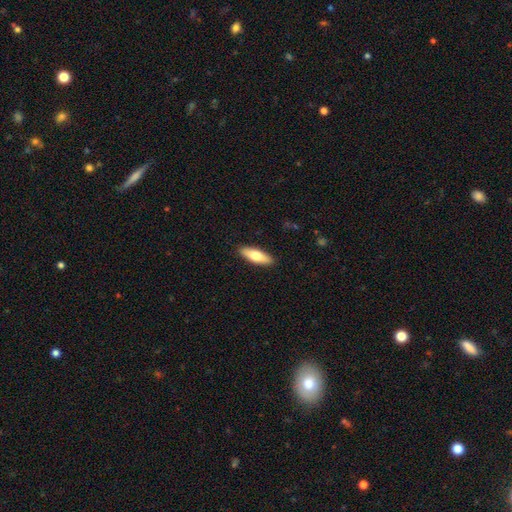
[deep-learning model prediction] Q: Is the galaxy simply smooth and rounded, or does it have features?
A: smooth — 69%.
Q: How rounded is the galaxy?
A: in between — 55%.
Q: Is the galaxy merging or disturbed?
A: none — 90%.